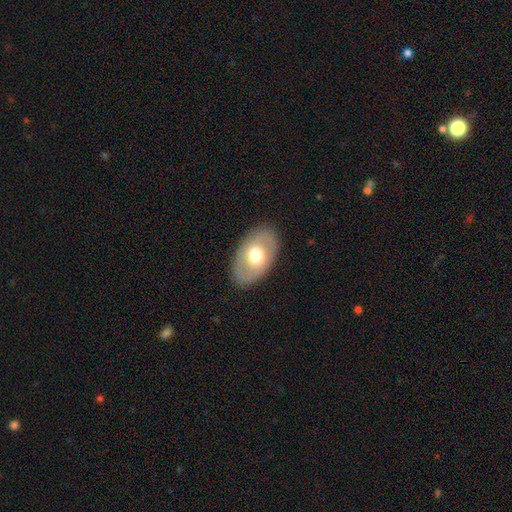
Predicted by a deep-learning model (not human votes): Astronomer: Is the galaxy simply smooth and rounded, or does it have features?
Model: smooth — 51% (runner-up: featured or disk, 43%).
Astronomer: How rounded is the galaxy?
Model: in between — 88%.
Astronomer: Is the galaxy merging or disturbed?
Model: none — 86%.